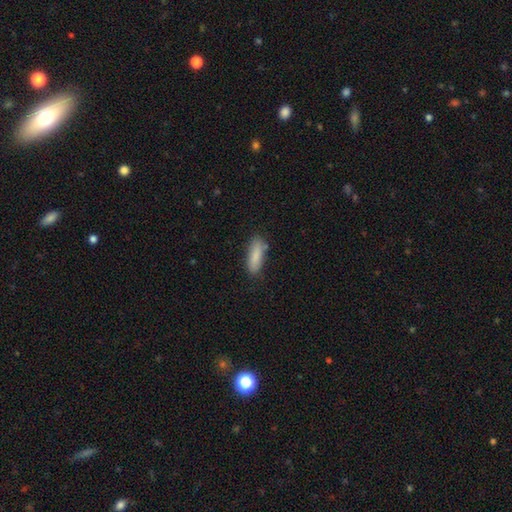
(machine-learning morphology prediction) This is clearly a smooth galaxy (86%). How rounded: possibly in between (53%). Merging: likely none (78%).